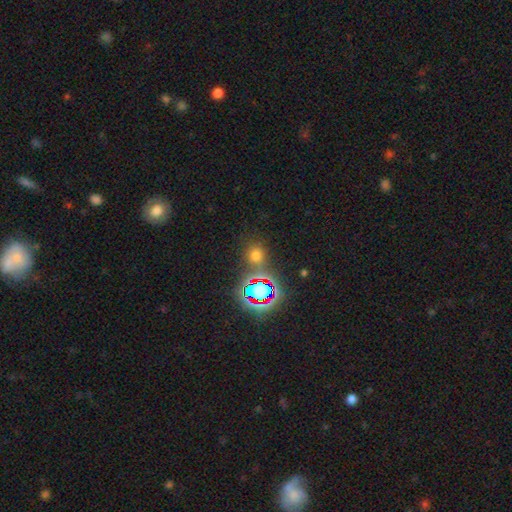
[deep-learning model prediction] The model was most divided on "smooth or featured": star or artifact: 73%, smooth: 20%, featured or disk: 8%.